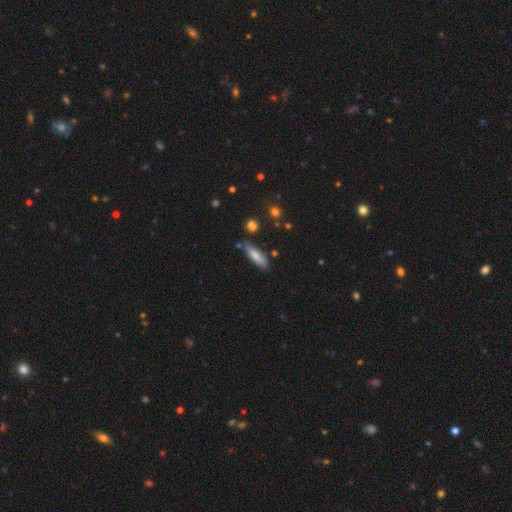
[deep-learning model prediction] A smooth galaxy with no disk features (75%) that is cigar-shaped (62%). Merging: none (76%).